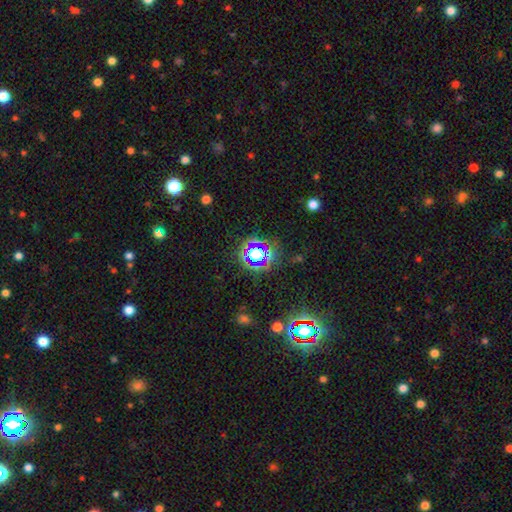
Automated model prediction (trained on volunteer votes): This is likely a star or artifact rather than a galaxy (69%).